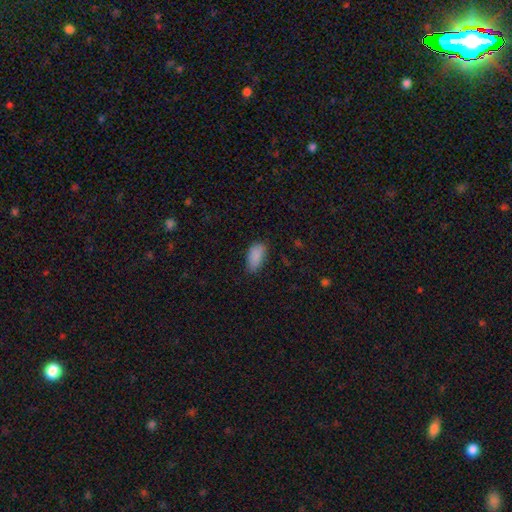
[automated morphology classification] A smooth galaxy with no disk features (87%) that is in between round and cigar-shaped (93%).

Vote fractions:
- Smooth or featured? smooth: 87% / star or artifact: 8% / featured or disk: 4%
- How rounded? in between: 93% / cigar-shaped: 4% / round: 3%
- Merging? none: 72% / minor disturbance: 22% / major disturbance: 5% / merger: 1%